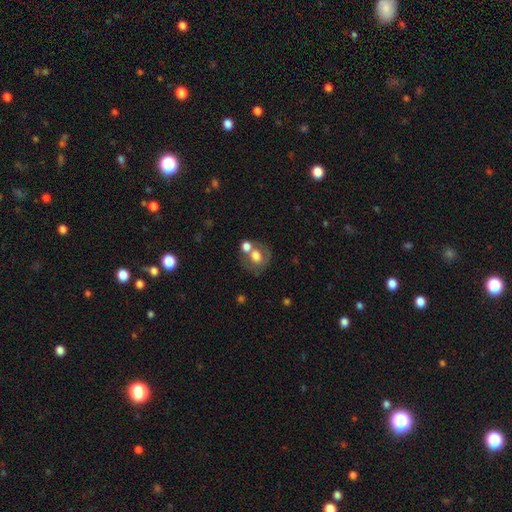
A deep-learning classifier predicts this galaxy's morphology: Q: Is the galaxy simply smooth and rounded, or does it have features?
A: smooth — 60%.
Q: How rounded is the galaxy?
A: round — 68%.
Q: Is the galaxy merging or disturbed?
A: none — 43%.